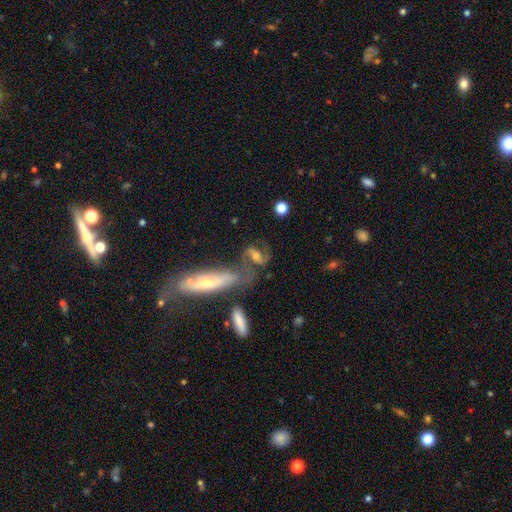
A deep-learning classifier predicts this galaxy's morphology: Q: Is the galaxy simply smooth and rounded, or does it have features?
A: featured or disk — 70%.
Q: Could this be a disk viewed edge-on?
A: no — 86%.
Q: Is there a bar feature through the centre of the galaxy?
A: weak — 42%.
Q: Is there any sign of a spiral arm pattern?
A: yes — 87%.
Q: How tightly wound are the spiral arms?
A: loose — 50%.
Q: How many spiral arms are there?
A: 2 — 89%.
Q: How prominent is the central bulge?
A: moderate — 53%.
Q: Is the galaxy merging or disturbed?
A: none — 46%.